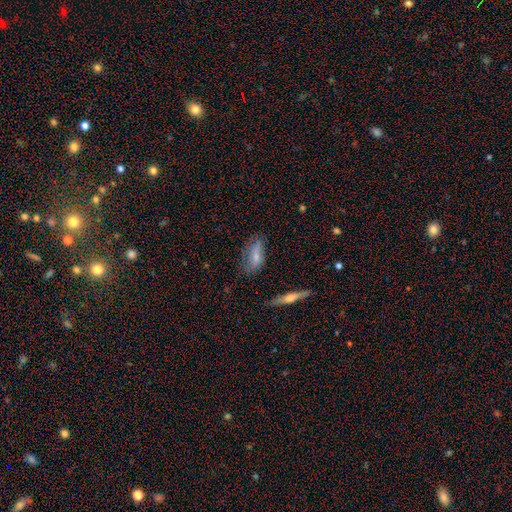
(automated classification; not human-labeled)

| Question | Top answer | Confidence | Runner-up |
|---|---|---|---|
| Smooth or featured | smooth | 64% | featured or disk (27%) |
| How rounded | in between | 78% | cigar-shaped (18%) |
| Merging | none | 56% | minor disturbance (29%) |